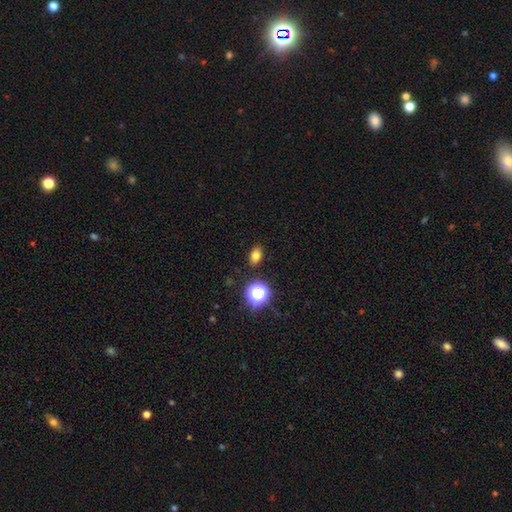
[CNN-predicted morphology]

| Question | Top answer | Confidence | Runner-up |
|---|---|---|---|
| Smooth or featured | smooth | 75% | star or artifact (17%) |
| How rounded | in between | 76% | round (22%) |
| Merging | none | 87% | minor disturbance (8%) |